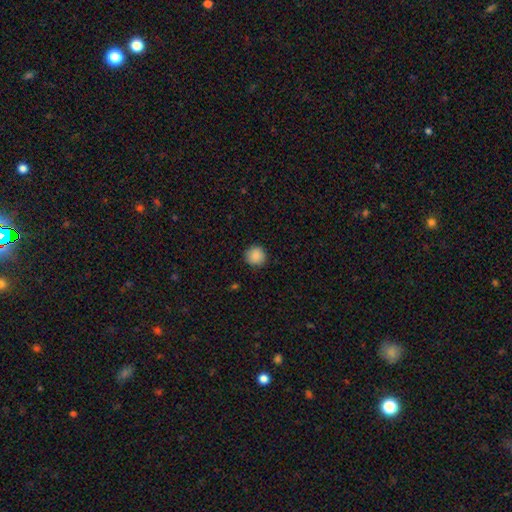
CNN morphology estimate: smooth-or-featured: smooth: 88% | star or artifact: 8% | featured or disk: 4%
  how-rounded: round: 94% | in between: 5% | cigar-shaped: 1%
  merging: none: 90% | minor disturbance: 7% | major disturbance: 2% | merger: 1%